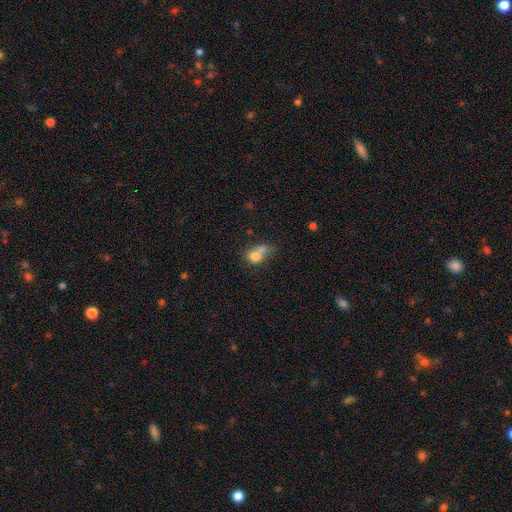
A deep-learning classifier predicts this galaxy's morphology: smooth 74%, featured or disk 16%, star or artifact 11%. Down the decision tree: how rounded — round (58%); merging — merger (57%).